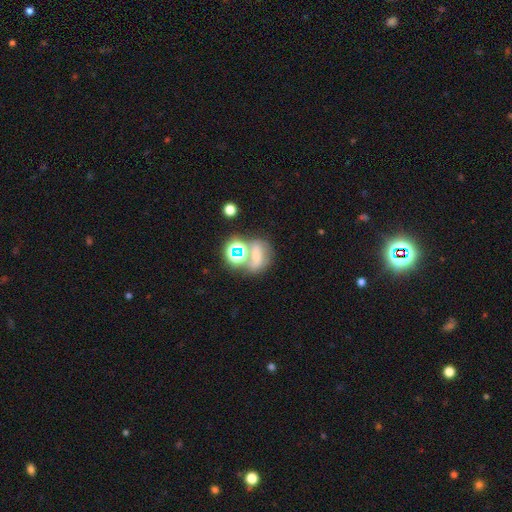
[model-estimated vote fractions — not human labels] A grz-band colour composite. It shows a smooth galaxy with no disk features (40%). Merging: none (42%).